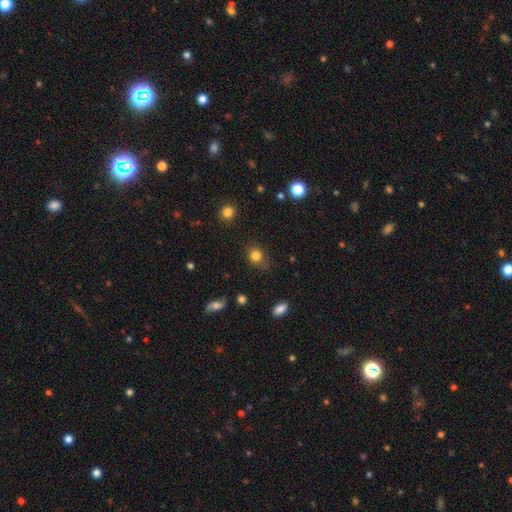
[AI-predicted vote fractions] This is clearly a smooth galaxy (82%). How rounded: likely round (75%). Merging: likely none (71%).